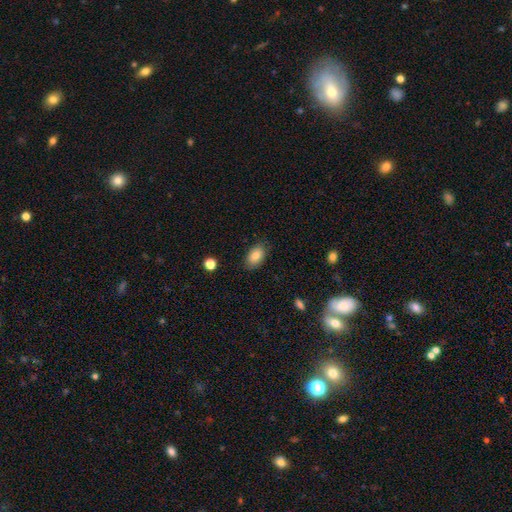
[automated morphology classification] Smooth or featured? smooth (85%)
How rounded? in between (92%)
Merging? none (82%)